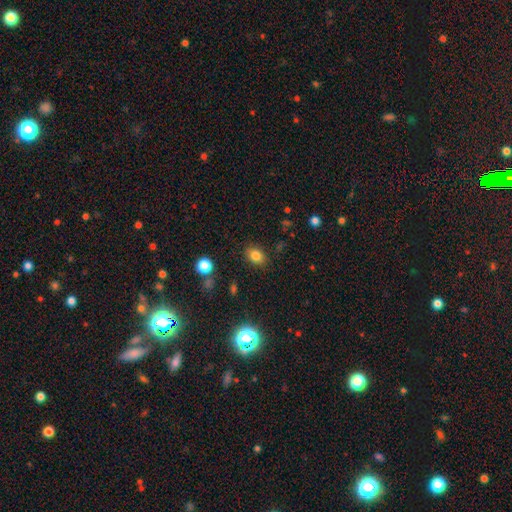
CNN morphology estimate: This appears to be a smooth galaxy with no disk features (81%) that is in between round and cigar-shaped (68%). Merging: none (85%).